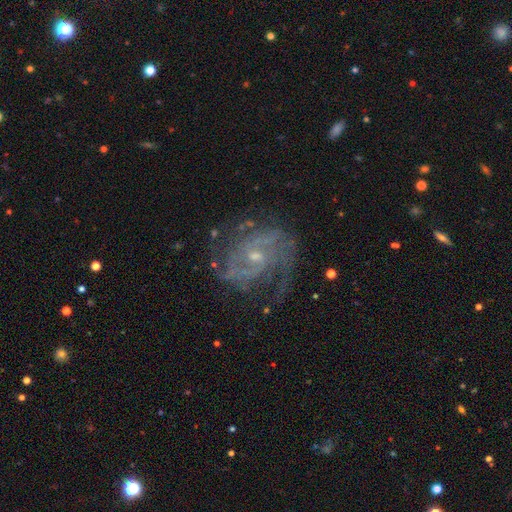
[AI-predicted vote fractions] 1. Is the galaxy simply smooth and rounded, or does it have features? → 87% featured or disk, 7% star or artifact, 6% smooth.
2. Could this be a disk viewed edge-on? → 98% no, 2% yes.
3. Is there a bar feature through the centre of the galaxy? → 50% no, 42% weak, 8% strong.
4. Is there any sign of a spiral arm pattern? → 95% yes, 5% no.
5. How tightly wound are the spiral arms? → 47% medium, 36% tight, 17% loose.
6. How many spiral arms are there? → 51% 2, 20% can't tell, 14% 3, 6% 1, 5% 4, 4% more than 4.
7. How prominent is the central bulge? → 66% small, 29% moderate, 3% none, 1% large, 1% dominant.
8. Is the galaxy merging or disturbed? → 65% none, 20% minor disturbance, 14% major disturbance, 2% merger.